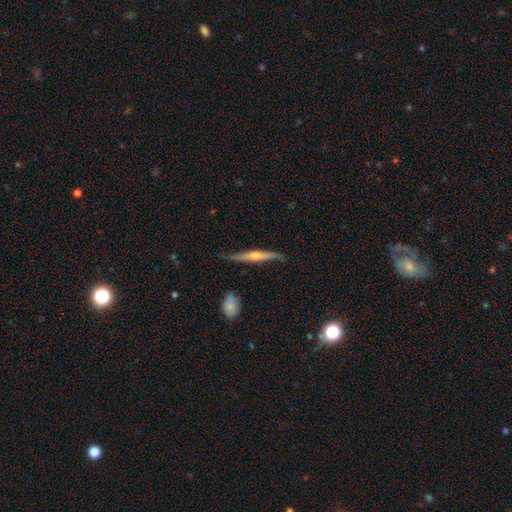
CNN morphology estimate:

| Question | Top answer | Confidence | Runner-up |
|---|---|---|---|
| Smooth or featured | featured or disk | 75% | smooth (19%) |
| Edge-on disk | yes | 94% | no (6%) |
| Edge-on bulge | rounded | 83% | none (10%) |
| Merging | none | 80% | minor disturbance (15%) |